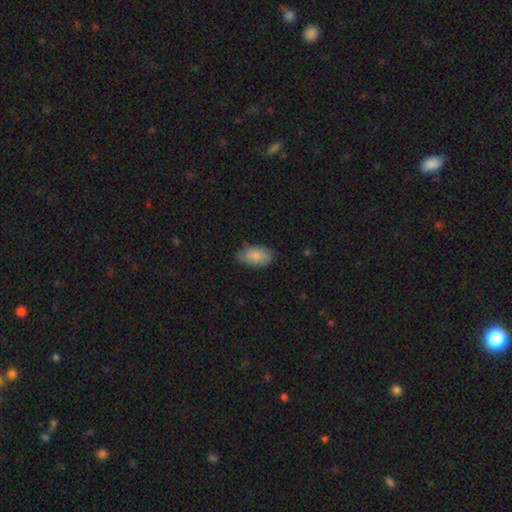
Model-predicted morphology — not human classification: type=smooth (83%); roundness=in between (93%); merging=none (73%).